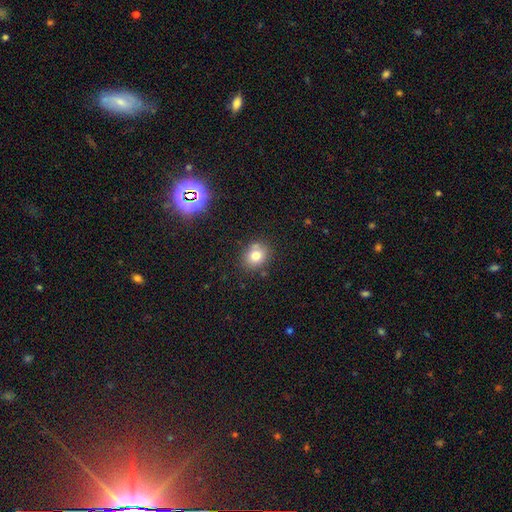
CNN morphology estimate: Overall: smooth (77%). How rounded: round (66%; in between 33%). Merging: none (77%).